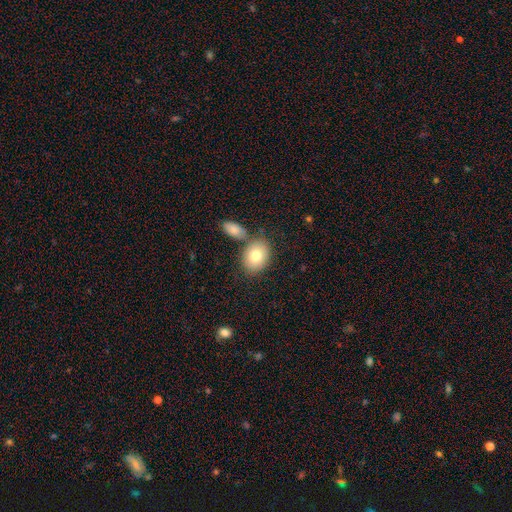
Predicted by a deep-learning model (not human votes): Q: Smooth or featured?
A: smooth (78%); runner-up: featured or disk (14%)
Q: How rounded?
A: in between (66%); runner-up: round (33%)
Q: Merging?
A: none (68%); runner-up: merger (18%)